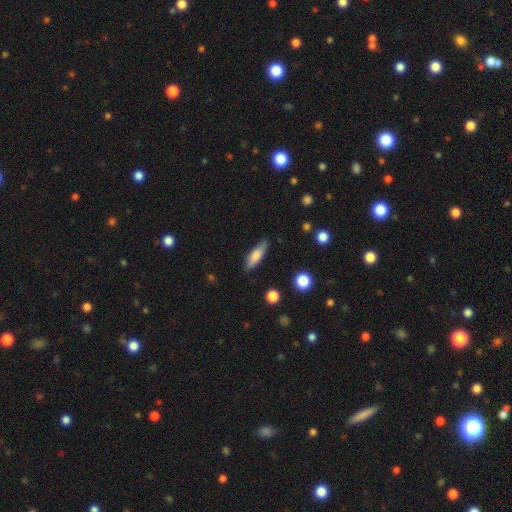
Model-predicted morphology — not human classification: Overall: smooth (74%). How rounded: cigar-shaped (57%; in between 40%). Merging: none (83%).